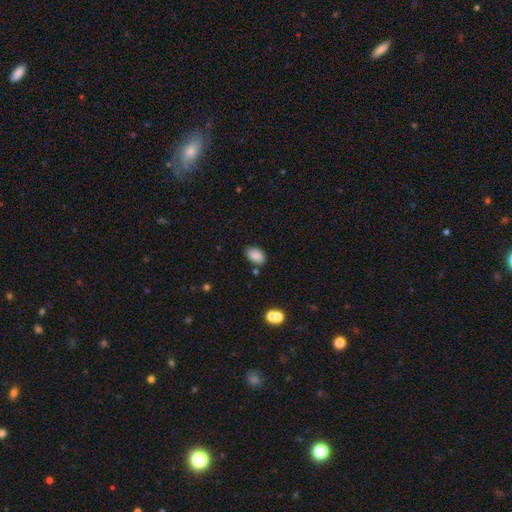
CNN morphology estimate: Q: Smooth or featured?
A: smooth (87%); runner-up: star or artifact (8%)
Q: How rounded?
A: in between (89%); runner-up: round (10%)
Q: Merging?
A: none (78%); runner-up: minor disturbance (14%)